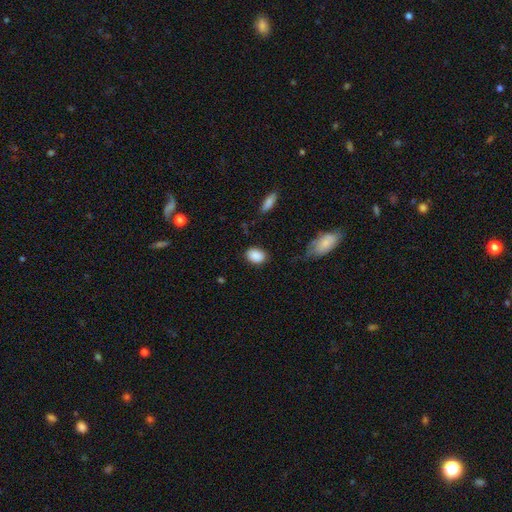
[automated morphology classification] smooth 88%, star or artifact 7%, featured or disk 4%. Down the decision tree: how rounded — in between (76%); merging — none (80%).